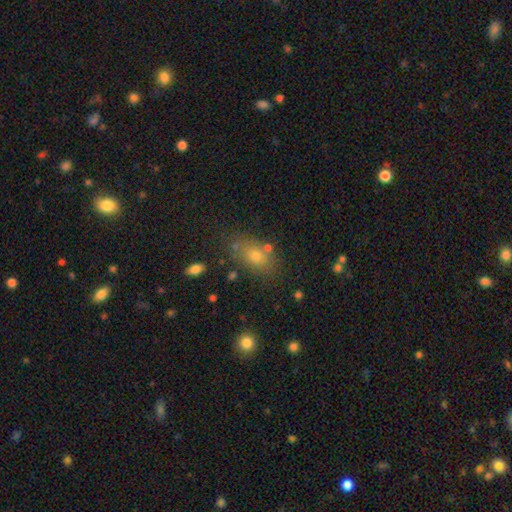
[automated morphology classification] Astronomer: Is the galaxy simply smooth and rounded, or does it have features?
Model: smooth — 71%.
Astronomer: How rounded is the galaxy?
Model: in between — 79%.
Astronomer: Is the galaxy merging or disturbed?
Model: none — 71%.